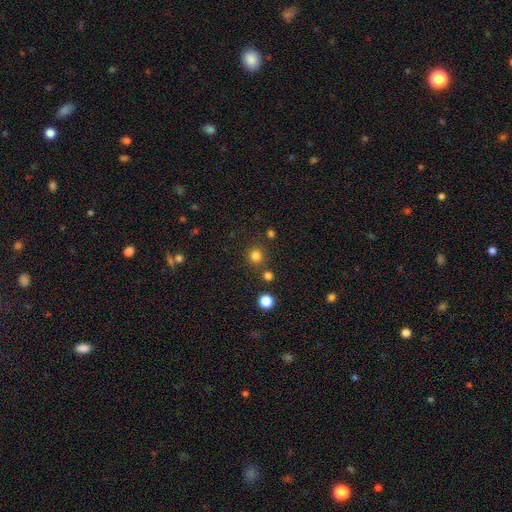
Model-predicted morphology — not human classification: Smooth or featured: smooth — 80% (star or artifact — 16%)
How rounded: round — 93% (in between — 6%)
Merging: none — 84% (merger — 7%)